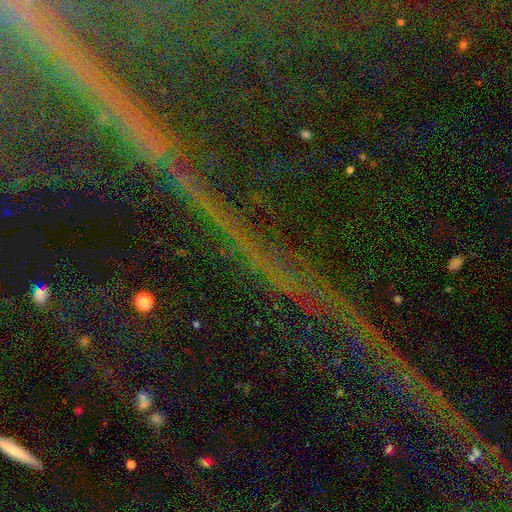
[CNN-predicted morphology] Q: Smooth or featured?
A: star or artifact (79%); runner-up: featured or disk (13%)